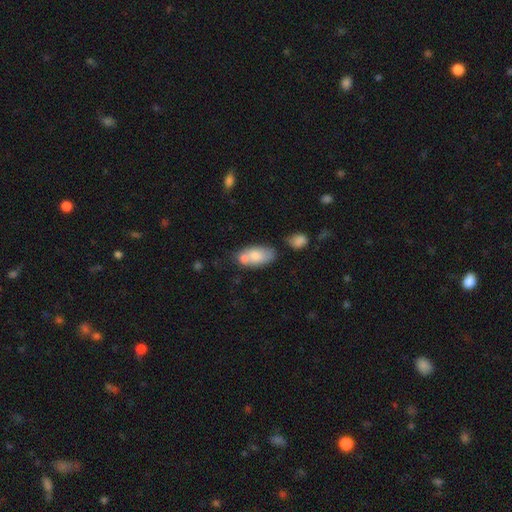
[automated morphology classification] Q: Smooth or featured?
A: smooth (73%); runner-up: featured or disk (20%)
Q: How rounded?
A: in between (89%); runner-up: cigar-shaped (6%)
Q: Merging?
A: none (45%); runner-up: merger (33%)